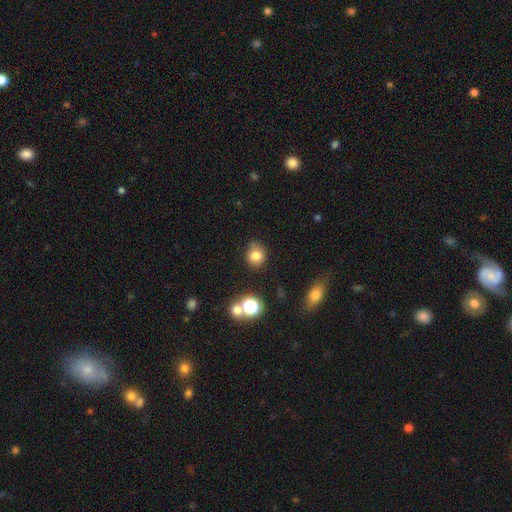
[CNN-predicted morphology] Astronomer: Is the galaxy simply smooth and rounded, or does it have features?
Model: smooth — 78%.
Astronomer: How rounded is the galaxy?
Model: round — 67%.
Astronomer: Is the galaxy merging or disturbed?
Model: none — 68%.